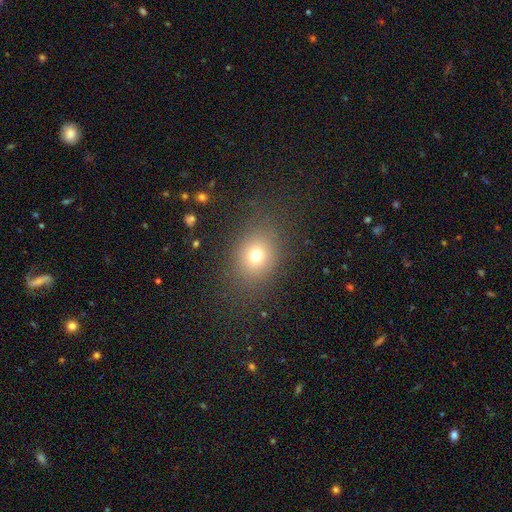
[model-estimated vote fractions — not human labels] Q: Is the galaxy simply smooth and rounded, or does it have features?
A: smooth — 72%.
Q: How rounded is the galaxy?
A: round — 56%.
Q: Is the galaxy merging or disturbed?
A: none — 80%.